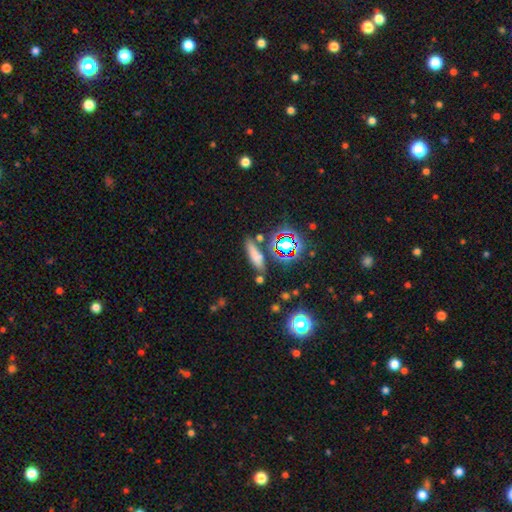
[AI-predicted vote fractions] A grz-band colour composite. It shows a smooth galaxy with no disk features (67%) that is cigar-shaped (63%). Merging: none (73%).